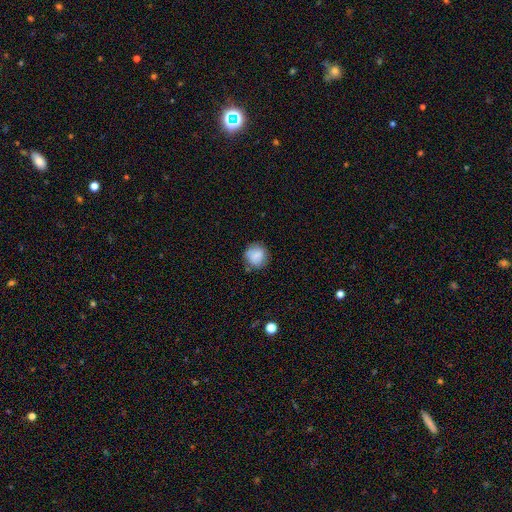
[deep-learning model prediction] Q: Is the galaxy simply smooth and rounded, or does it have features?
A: smooth — 82%.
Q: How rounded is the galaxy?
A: round — 88%.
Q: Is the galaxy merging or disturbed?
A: none — 73%.